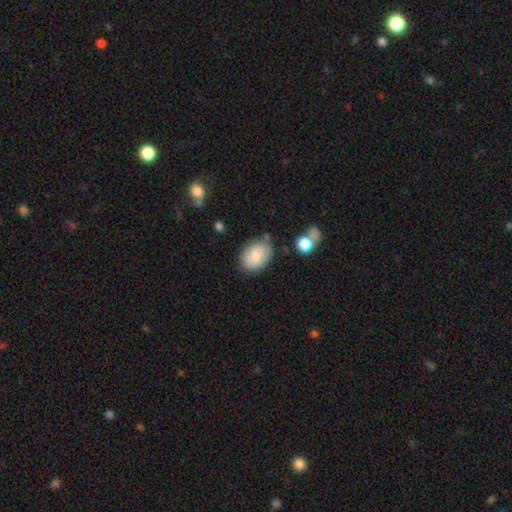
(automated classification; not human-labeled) Smooth or featured?
  - smooth: 78% *
  - featured or disk: 14%
  - star or artifact: 8%
How rounded?
  - in between: 74% *
  - round: 25%
  - cigar-shaped: 1%
Merging?
  - none: 73% *
  - minor disturbance: 18%
  - merger: 5%
  - major disturbance: 4%